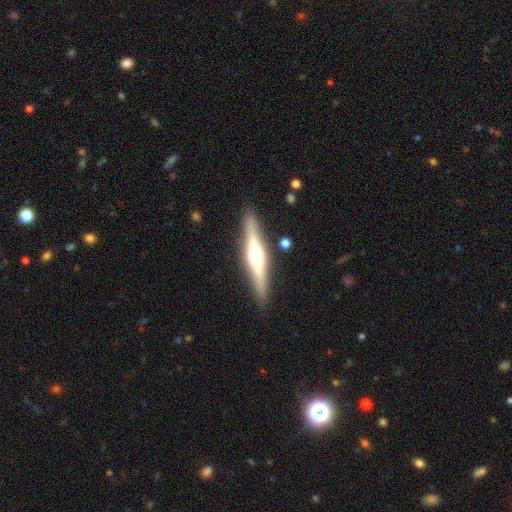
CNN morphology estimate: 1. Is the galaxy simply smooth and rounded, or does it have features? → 66% featured or disk, 28% smooth, 6% star or artifact.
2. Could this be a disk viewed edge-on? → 96% yes, 4% no.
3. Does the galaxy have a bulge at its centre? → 90% rounded, 6% boxy, 4% none.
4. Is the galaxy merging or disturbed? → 89% none, 8% minor disturbance, 2% major disturbance, 2% merger.